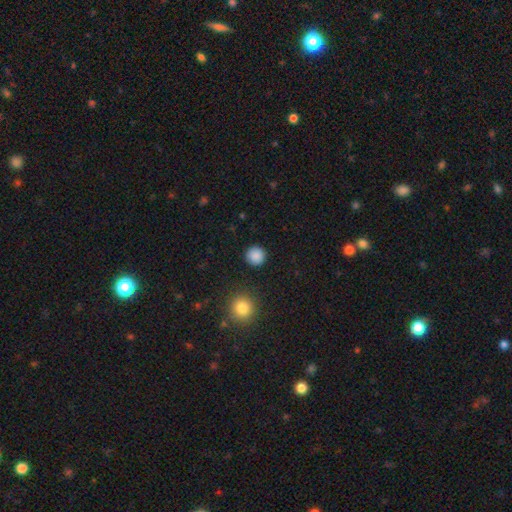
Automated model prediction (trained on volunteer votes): This is clearly a smooth galaxy (87%). How rounded: clearly round (95%). Merging: clearly none (91%).